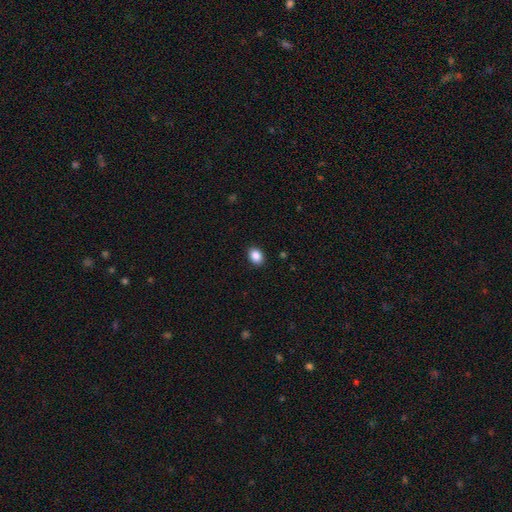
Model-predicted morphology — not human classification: A smooth galaxy with no disk features (88%) that is in between round and cigar-shaped (65%).

Vote fractions:
- Smooth or featured? smooth: 88% / star or artifact: 8% / featured or disk: 3%
- How rounded? in between: 65% / round: 34% / cigar-shaped: 1%
- Merging? none: 90% / minor disturbance: 7% / major disturbance: 2% / merger: 1%